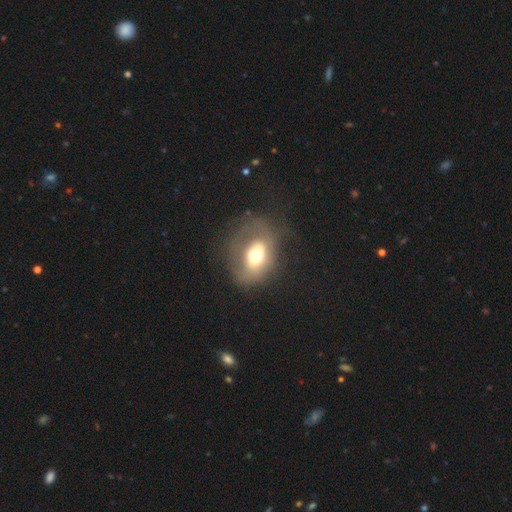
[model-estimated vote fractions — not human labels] This is possibly a smooth galaxy (54%). How rounded: possibly in between (57%). Merging: marginally none (38%).